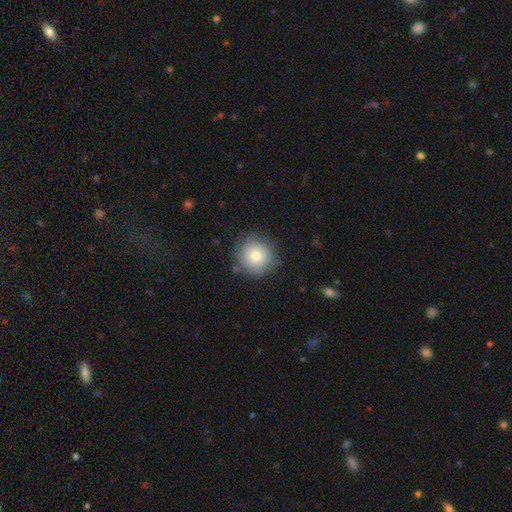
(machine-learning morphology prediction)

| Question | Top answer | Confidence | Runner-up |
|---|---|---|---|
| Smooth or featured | smooth | 73% | featured or disk (17%) |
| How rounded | round | 91% | in between (8%) |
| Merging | none | 80% | minor disturbance (15%) |